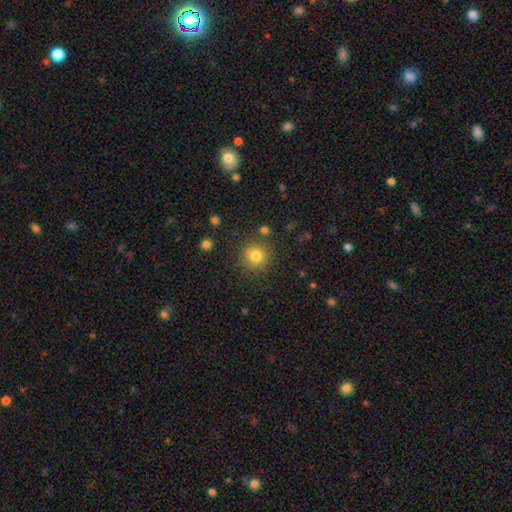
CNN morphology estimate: This is clearly a smooth galaxy (80%). How rounded: clearly round (93%). Merging: clearly none (85%).